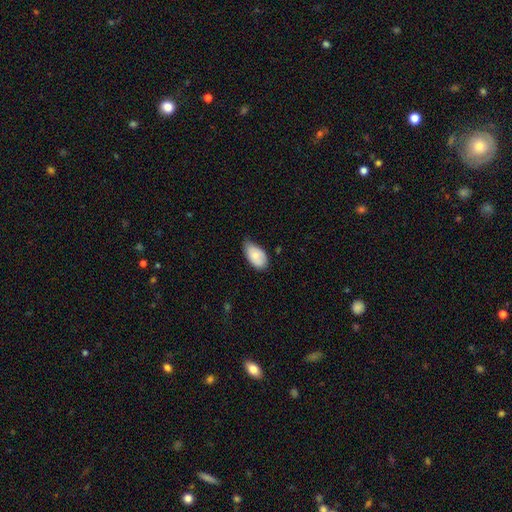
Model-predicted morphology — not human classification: This is likely a smooth galaxy (77%). How rounded: clearly in between (94%). Merging: possibly none (52%).